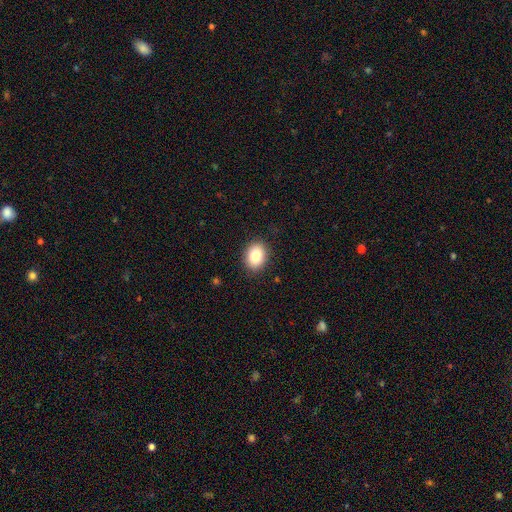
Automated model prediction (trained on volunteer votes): The model was most divided on "how rounded": in between: 62%, round: 37%, cigar-shaped: 1%. More confident: merging — none (89%); smooth or featured — smooth (83%).